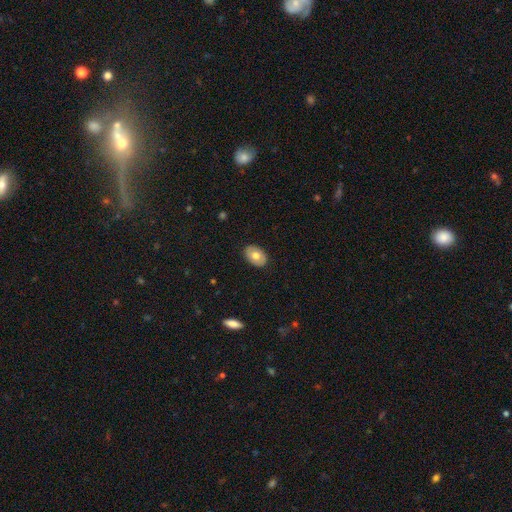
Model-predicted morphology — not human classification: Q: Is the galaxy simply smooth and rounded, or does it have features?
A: smooth — 65%.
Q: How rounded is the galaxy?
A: in between — 83%.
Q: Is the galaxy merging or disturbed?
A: none — 87%.